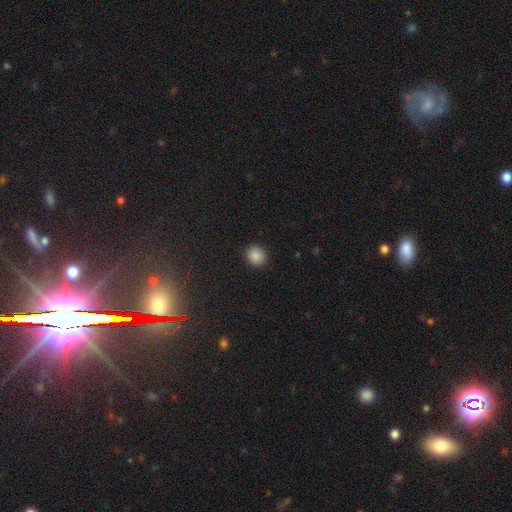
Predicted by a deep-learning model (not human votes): This appears to be a smooth galaxy with no disk features (87%) that is round (87%). Merging: none (92%).